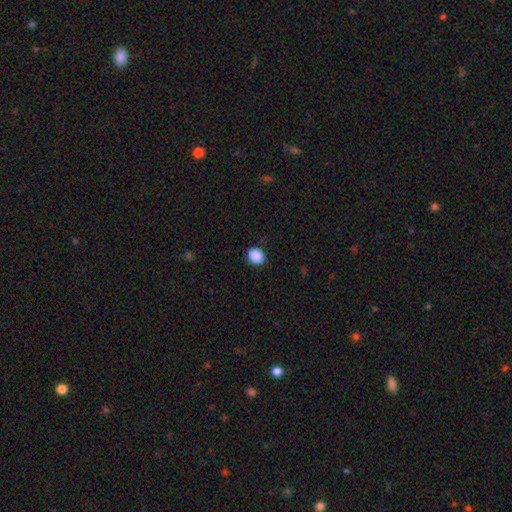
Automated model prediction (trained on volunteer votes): smooth_or_featured: smooth (p=0.89) [alt: star or artifact p=0.09]
how_rounded: round (p=0.69) [alt: in between p=0.30]
merging: none (p=0.90) [alt: minor disturbance p=0.07]